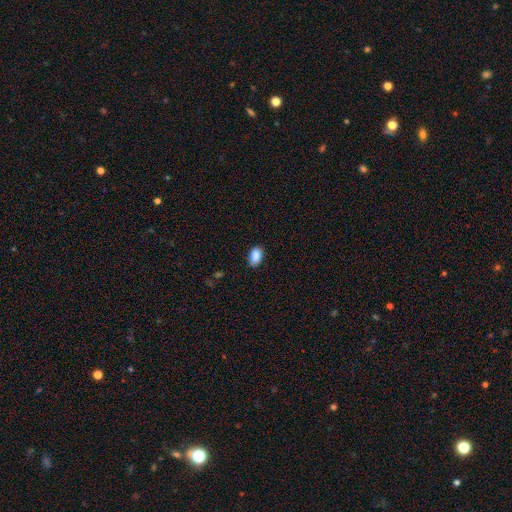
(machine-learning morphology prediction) smooth 89%, star or artifact 7%, featured or disk 4%. Down the decision tree: how rounded — in between (91%); merging — none (84%).